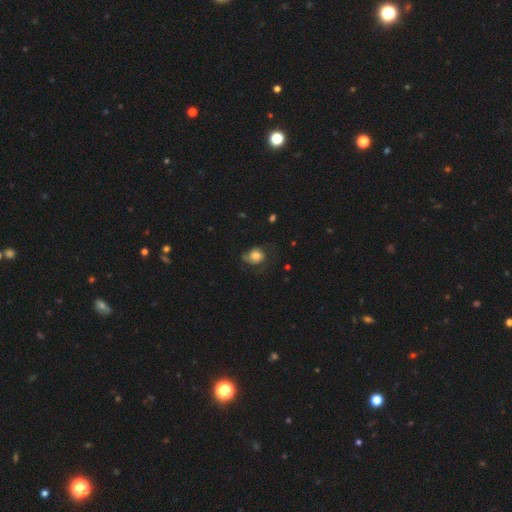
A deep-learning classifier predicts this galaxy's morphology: Overall: smooth (69%). How rounded: round (65%; in between 34%). Merging: none (48%; minor disturbance 29%).